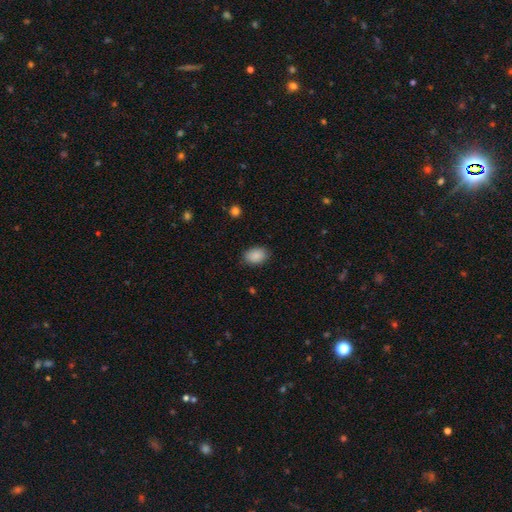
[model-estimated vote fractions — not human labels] Smooth or featured: smooth — 89% (star or artifact — 8%)
How rounded: in between — 80% (round — 19%)
Merging: none — 84% (minor disturbance — 12%)